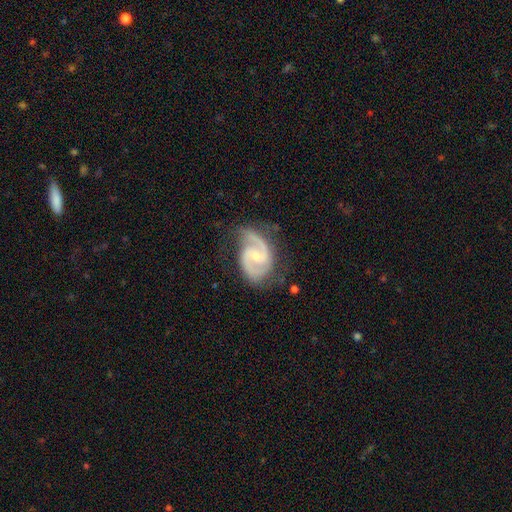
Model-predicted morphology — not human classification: smooth-or-featured: featured or disk: 91% | smooth: 5% | star or artifact: 4%
  disk-edge-on: no: 98% | yes: 2%
    bar: weak: 46% | no: 40% | strong: 14%
    has-spiral-arms: yes: 98% | no: 2%
      spiral-winding: medium: 57% | tight: 30% | loose: 13%
      spiral-arm-count: 2: 91% | 1: 3% | can't tell: 2% | 3: 2% | 4: 1% | more than 4: 1%
    bulge-size: small: 63% | moderate: 30% | none: 5% | large: 1% | dominant: 1%
  merging: none: 69% | minor disturbance: 21% | major disturbance: 8% | merger: 2%